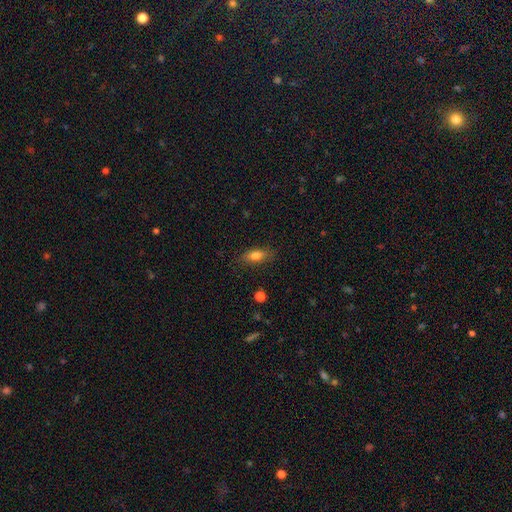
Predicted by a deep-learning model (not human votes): Overall: smooth (76%). How rounded: in between (75%). Merging: none (82%).